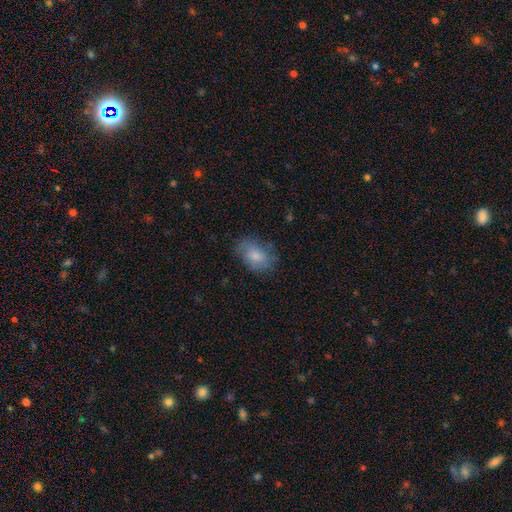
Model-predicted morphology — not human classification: smooth 79%, featured or disk 13%, star or artifact 7%. Down the decision tree: how rounded — in between (82%); merging — none (71%).